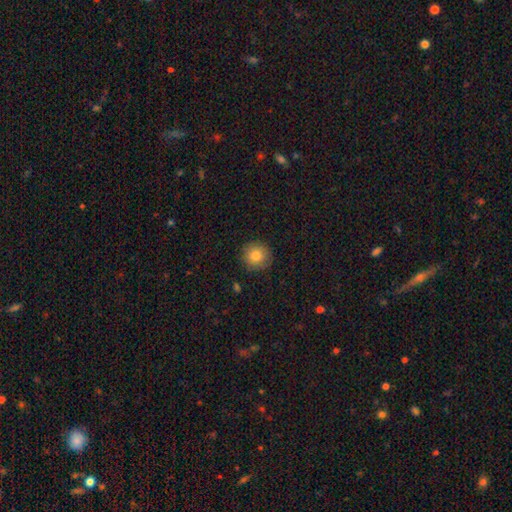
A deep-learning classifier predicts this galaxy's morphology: Overall: smooth (83%). How rounded: round (94%). Merging: none (88%).